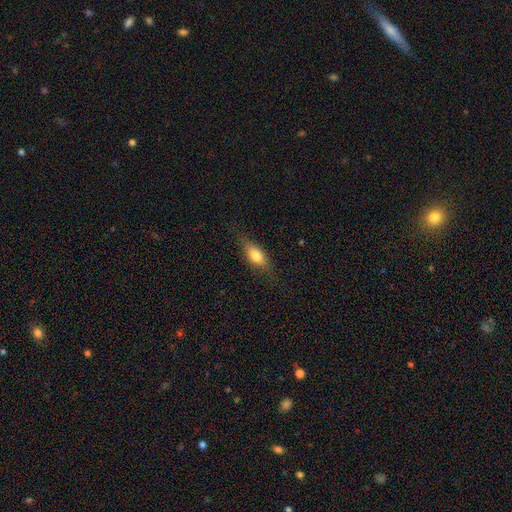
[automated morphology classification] Q: Smooth or featured?
A: smooth (71%); runner-up: featured or disk (21%)
Q: How rounded?
A: in between (74%); runner-up: cigar-shaped (21%)
Q: Merging?
A: none (74%); runner-up: minor disturbance (19%)